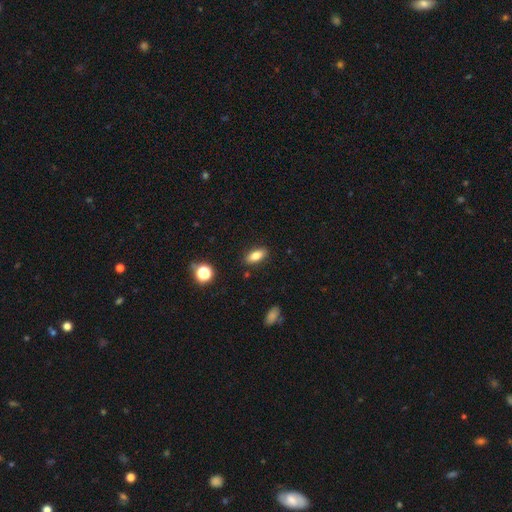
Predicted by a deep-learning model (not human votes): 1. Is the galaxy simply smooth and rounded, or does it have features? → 78% smooth, 13% featured or disk, 9% star or artifact.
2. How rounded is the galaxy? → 82% in between, 14% cigar-shaped, 4% round.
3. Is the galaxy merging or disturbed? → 87% none, 9% minor disturbance, 2% major disturbance, 2% merger.